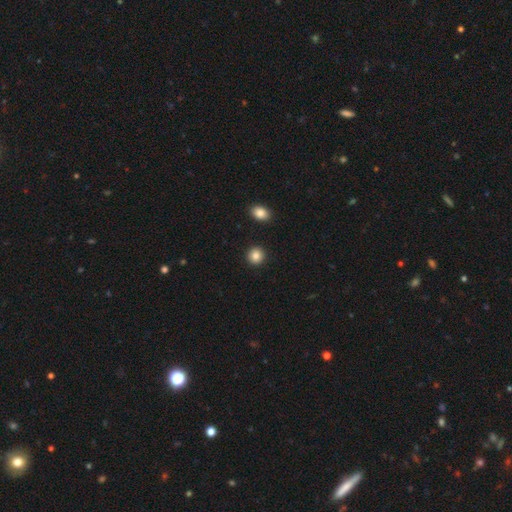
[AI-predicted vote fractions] smooth_or_featured: smooth (p=0.86) [alt: star or artifact p=0.09]
how_rounded: round (p=0.90) [alt: in between p=0.09]
merging: none (p=0.92) [alt: minor disturbance p=0.05]